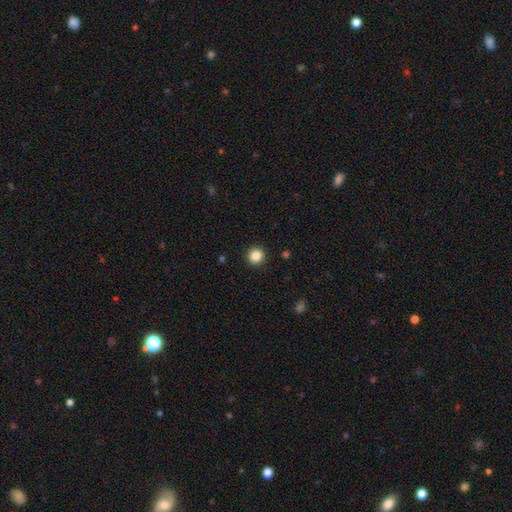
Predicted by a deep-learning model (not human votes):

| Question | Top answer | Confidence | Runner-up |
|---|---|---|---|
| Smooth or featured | smooth | 86% | star or artifact (11%) |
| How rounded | round | 94% | in between (5%) |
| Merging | none | 92% | minor disturbance (5%) |